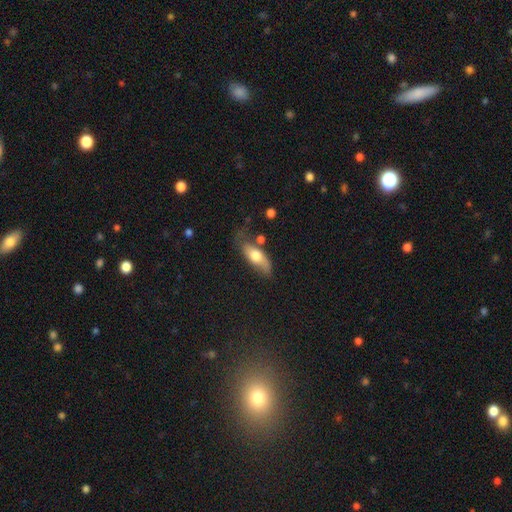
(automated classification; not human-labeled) This appears to be a smooth galaxy with no disk features (59%) that is in between round and cigar-shaped (74%). Merging: none (52%).